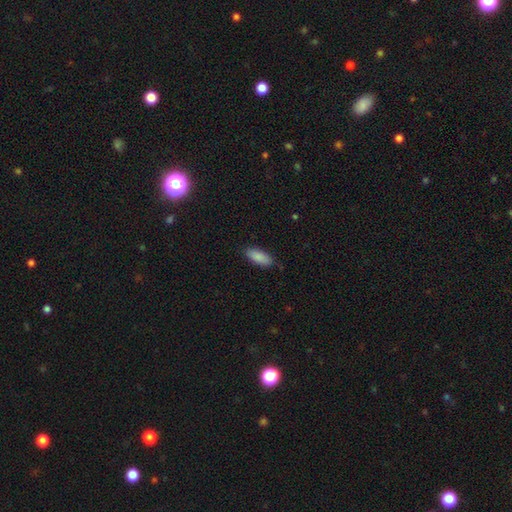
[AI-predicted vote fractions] Smooth or featured? Predicted: smooth (p=0.87). How rounded? Predicted: in between (p=0.79). Merging? Predicted: none (p=0.86).